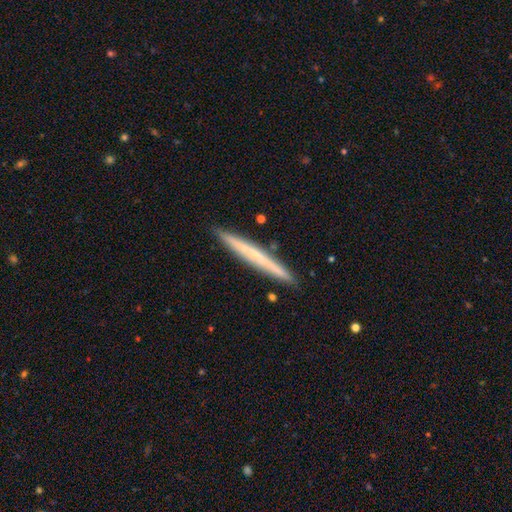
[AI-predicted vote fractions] A smooth galaxy with no disk features (48%). Merging: none (91%).